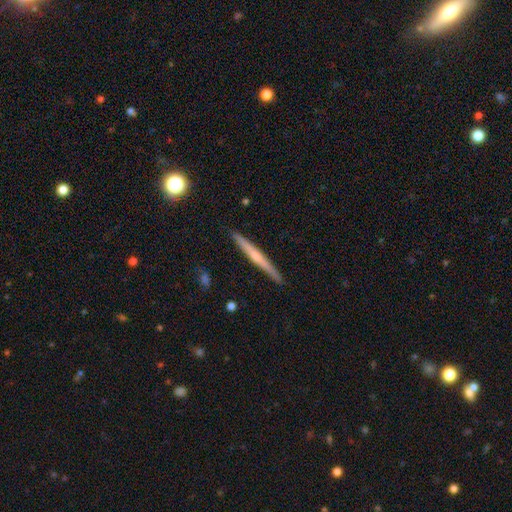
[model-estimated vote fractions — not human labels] This appears to be a featured or disk galaxy (58%) viewed edge-on (98%) with a rounded central bulge (49%). Merging: none (91%).